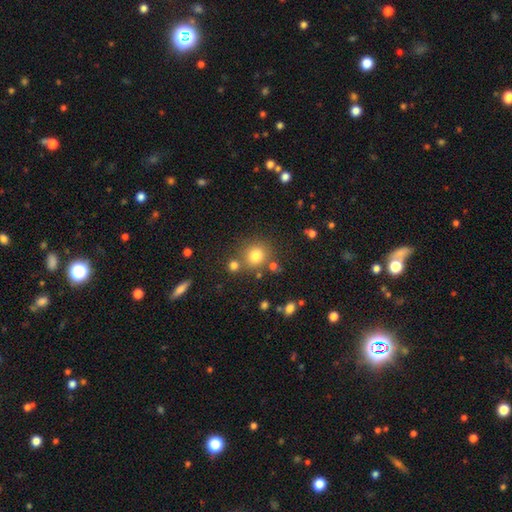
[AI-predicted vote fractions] Smooth or featured? smooth (78%)
How rounded? round (84%)
Merging? none (72%)